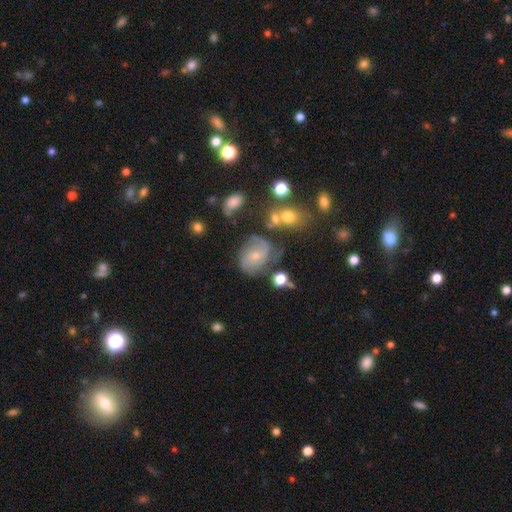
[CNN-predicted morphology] This is likely a featured or disk galaxy (69%). It is clearly not viewed edge-on (97%). Bar: likely no (65%). Spiral arm pattern: clearly yes (90%). Spiral arm count: possibly 2 (47%). Spiral winding: marginally medium (44%). Central bulge: likely small (65%). Merging: possibly none (50%).